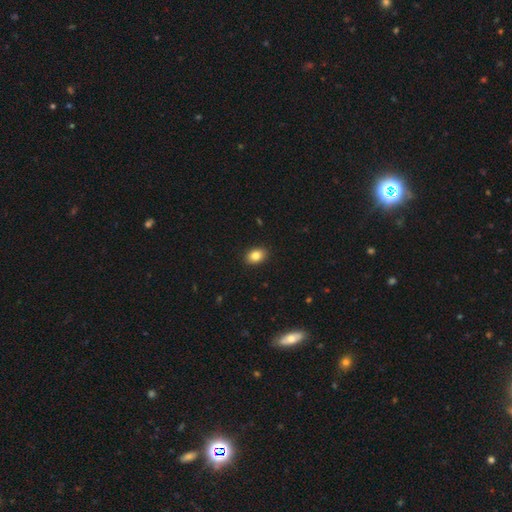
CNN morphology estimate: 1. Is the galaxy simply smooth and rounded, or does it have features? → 84% smooth, 9% star or artifact, 7% featured or disk.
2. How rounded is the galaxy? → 74% in between, 25% round, 1% cigar-shaped.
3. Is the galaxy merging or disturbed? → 91% none, 7% minor disturbance, 2% major disturbance, 1% merger.